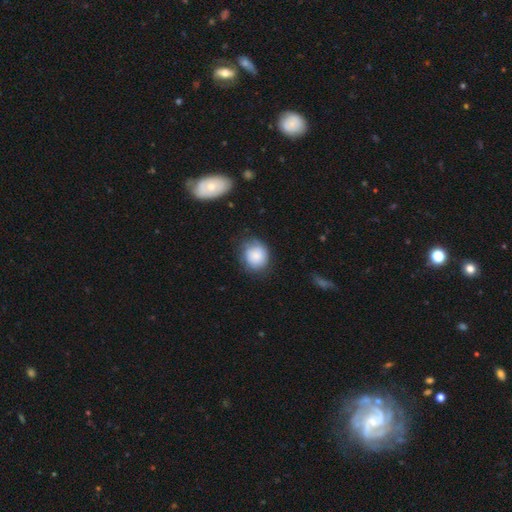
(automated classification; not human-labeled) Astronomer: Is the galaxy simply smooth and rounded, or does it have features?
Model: smooth — 79%.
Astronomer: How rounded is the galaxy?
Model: round — 70%.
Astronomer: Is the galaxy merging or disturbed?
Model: none — 67%.